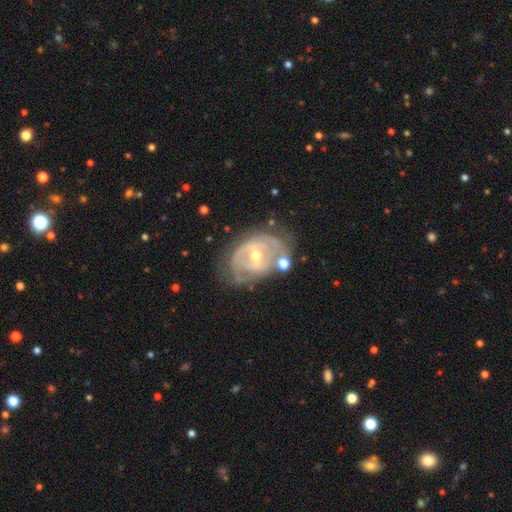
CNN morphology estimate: The model was most divided on "spiral arm count": can't tell: 40%, 2: 38%, 3: 10%, 1: 7%, 4: 3%, more than 4: 3%. Remaining: edge-on disk — no (96%); smooth or featured — featured or disk (82%); spiral arms — yes (74%); spiral winding — tight (62%); merging — none (57%); bulge size — moderate (57%); bar — weak (44%).